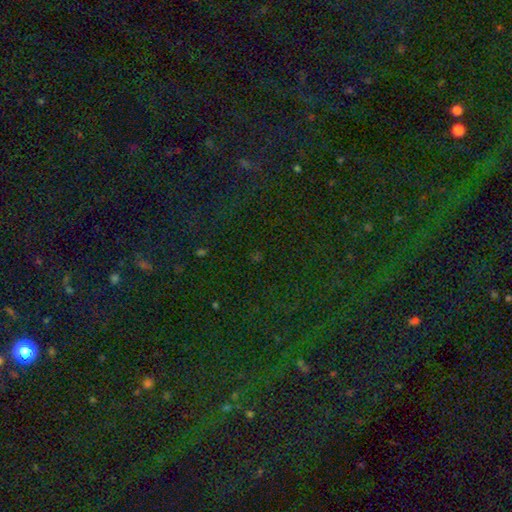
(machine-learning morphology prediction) Smooth or featured? star or artifact (79%)